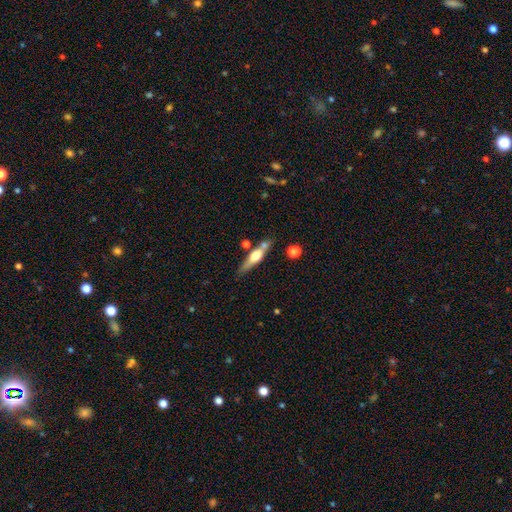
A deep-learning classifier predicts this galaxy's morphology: A featured or disk galaxy (57%) viewed edge-on (91%) with a rounded central bulge (91%). Merging: none (67%).